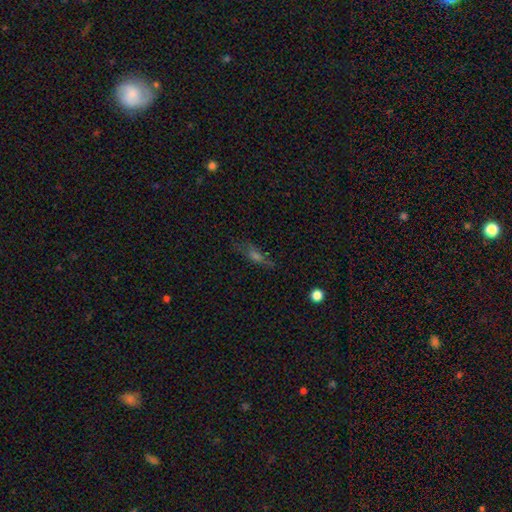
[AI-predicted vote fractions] Overall: smooth (40%; featured or disk 39%). Merging: none (70%).